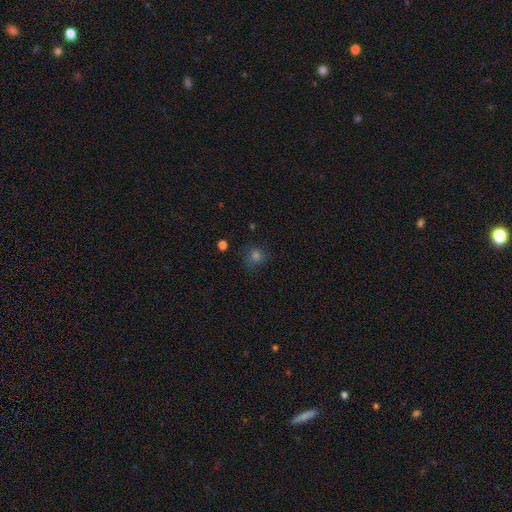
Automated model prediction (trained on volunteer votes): smooth 66%, star or artifact 25%, featured or disk 9%. Down the decision tree: how rounded — round (85%); merging — none (78%).